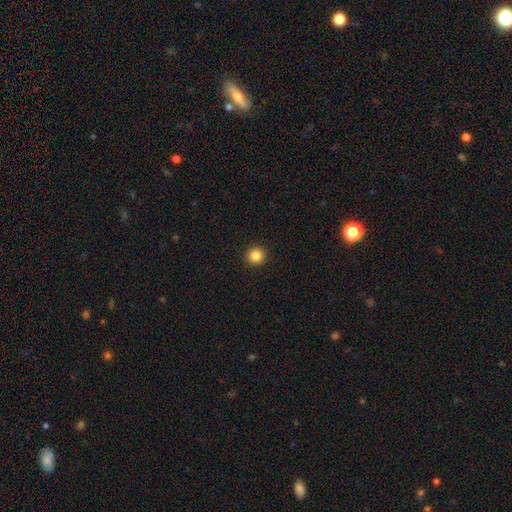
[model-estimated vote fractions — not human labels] Smooth or featured? Predicted: smooth (p=0.85). How rounded? Predicted: round (p=0.96). Merging? Predicted: none (p=0.94).